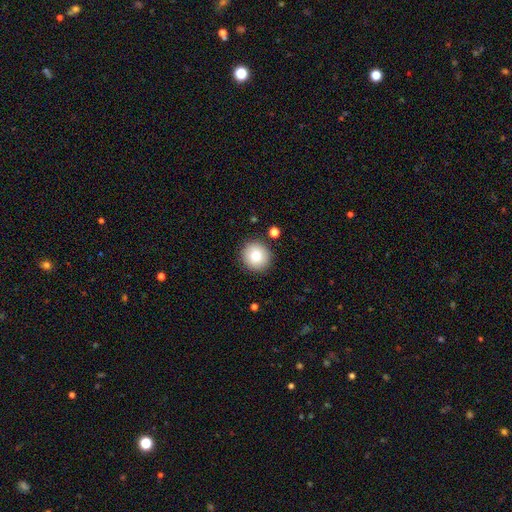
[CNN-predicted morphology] type=smooth (81%); roundness=round (94%); merging=none (89%).